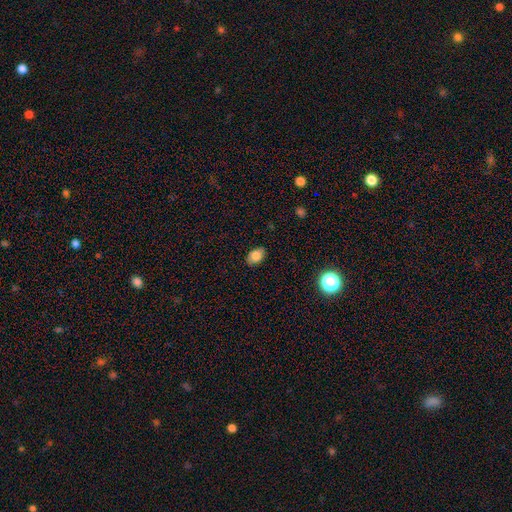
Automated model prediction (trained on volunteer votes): Q: Smooth or featured?
A: smooth (82%); runner-up: star or artifact (10%)
Q: How rounded?
A: in between (84%); runner-up: round (15%)
Q: Merging?
A: none (86%); runner-up: minor disturbance (10%)